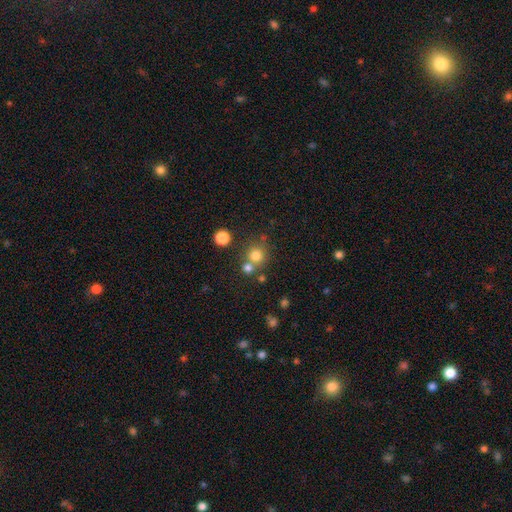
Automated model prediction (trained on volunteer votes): Smooth or featured? smooth (77%)
How rounded? round (90%)
Merging? none (63%)